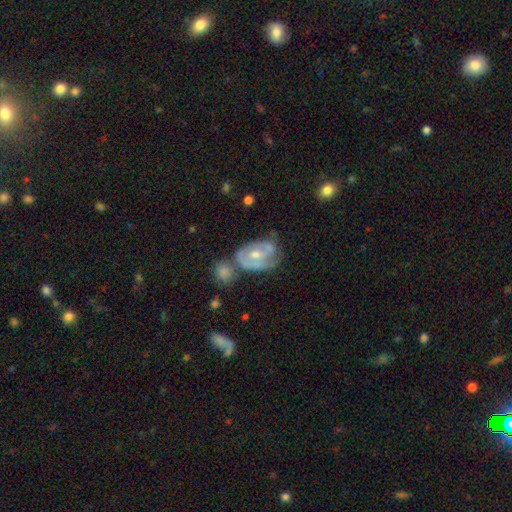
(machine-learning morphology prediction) This is likely a featured or disk galaxy (66%). It is clearly not viewed edge-on (96%). Bar: likely no (66%). Spiral arm pattern: likely yes (60%). Central bulge: possibly moderate (60%). Merging: marginally none (34%).